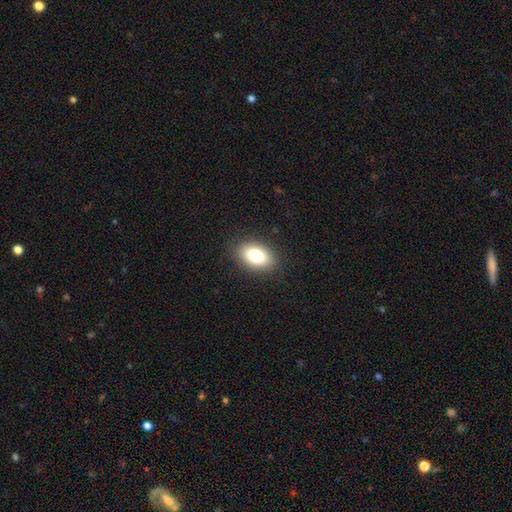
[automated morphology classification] Overall: smooth (81%). How rounded: in between (88%). Merging: none (88%).